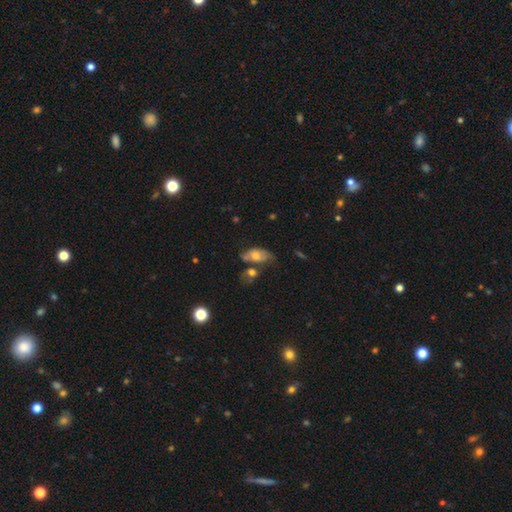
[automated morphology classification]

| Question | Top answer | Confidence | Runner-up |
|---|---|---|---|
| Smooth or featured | smooth | 54% | featured or disk (36%) |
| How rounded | in between | 88% | round (8%) |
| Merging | none | 37% | merger (26%) |